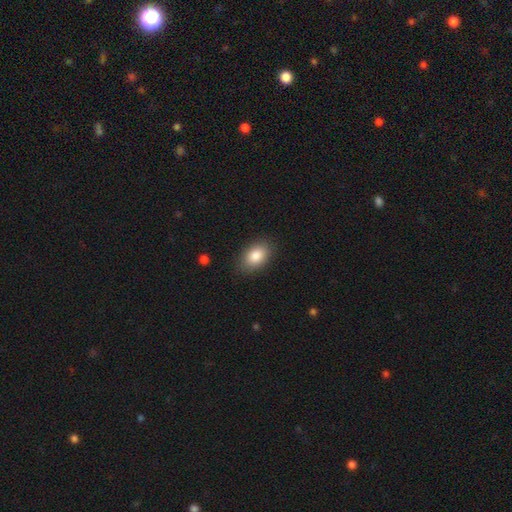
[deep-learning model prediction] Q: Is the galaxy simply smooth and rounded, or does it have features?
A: smooth — 85%.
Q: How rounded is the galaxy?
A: in between — 90%.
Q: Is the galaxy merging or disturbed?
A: none — 85%.